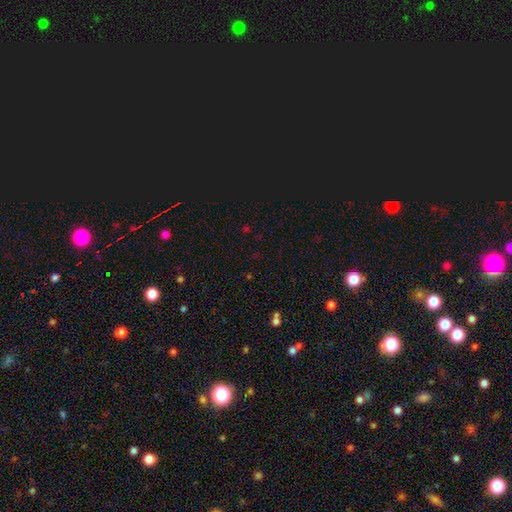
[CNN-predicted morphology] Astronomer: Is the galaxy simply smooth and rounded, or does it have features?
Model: star or artifact — 60%.